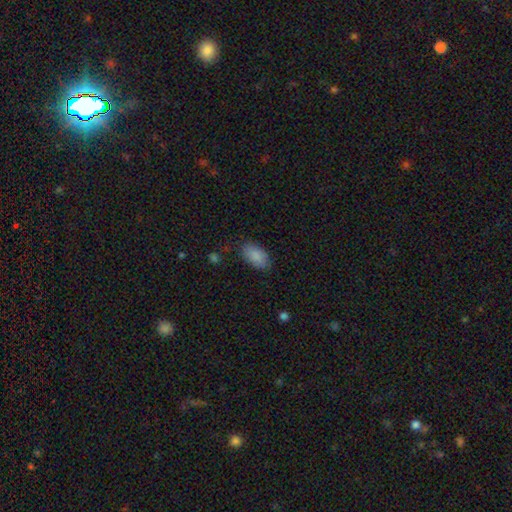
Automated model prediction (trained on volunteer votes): smooth-or-featured: smooth: 89% | star or artifact: 7% | featured or disk: 4%
  how-rounded: in between: 94% | round: 4% | cigar-shaped: 2%
  merging: none: 82% | minor disturbance: 13% | major disturbance: 3% | merger: 1%